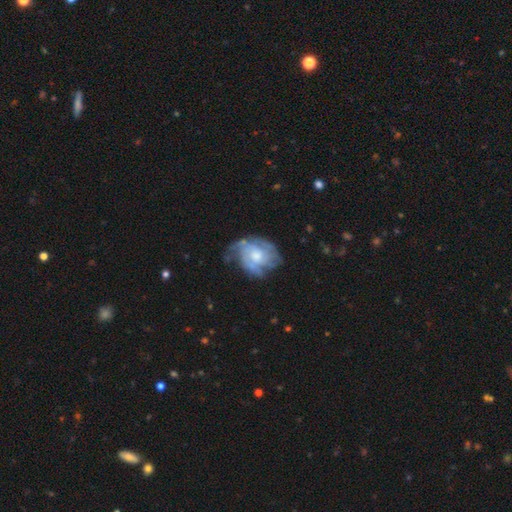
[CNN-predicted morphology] The model was most divided on "spiral winding": tight: 49%, medium: 36%, loose: 15%. Remaining: edge-on disk — no (97%); spiral arms — yes (84%); bar — no (77%); smooth or featured — featured or disk (75%); bulge size — moderate (55%); merging — none (53%); spiral arm count — can't tell (44%).